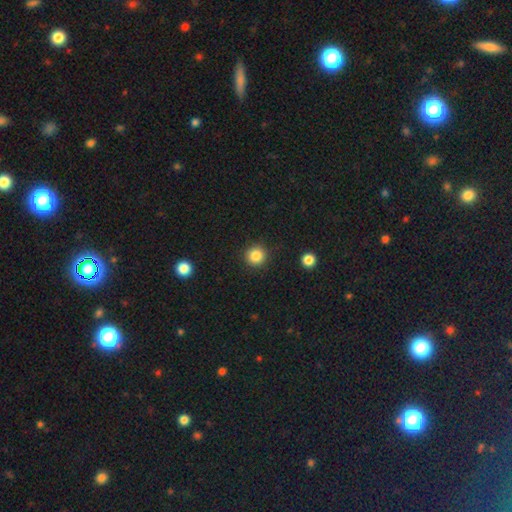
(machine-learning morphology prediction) smooth 85%, star or artifact 11%, featured or disk 4%. Down the decision tree: how rounded — round (95%); merging — none (91%).